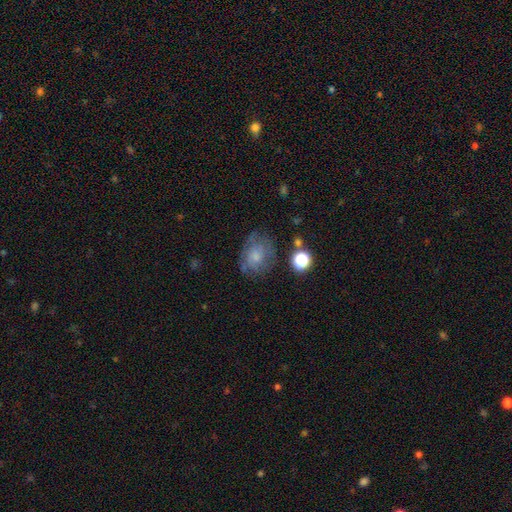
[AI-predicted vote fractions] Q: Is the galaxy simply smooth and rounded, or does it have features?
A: smooth — 52%.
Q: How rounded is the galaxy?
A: round — 52%.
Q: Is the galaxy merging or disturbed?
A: none — 58%.